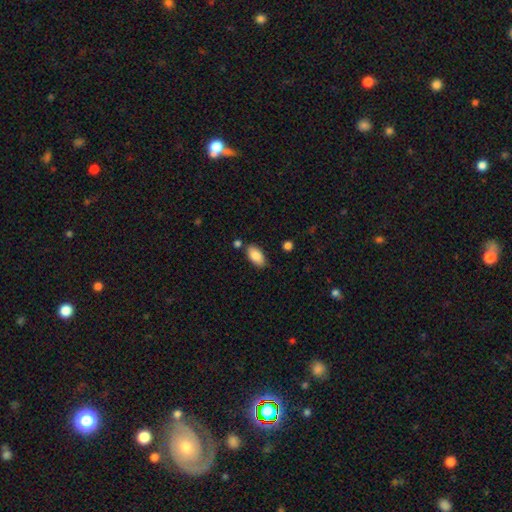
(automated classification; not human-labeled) smooth-or-featured: smooth: 86% | featured or disk: 7% | star or artifact: 7%
  how-rounded: in between: 94% | cigar-shaped: 3% | round: 3%
  merging: none: 80% | minor disturbance: 12% | merger: 5% | major disturbance: 3%